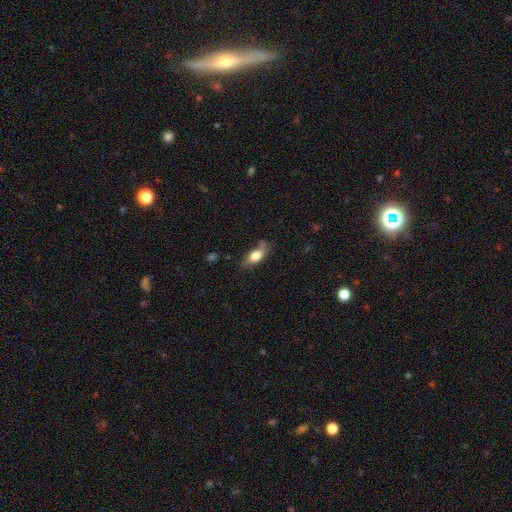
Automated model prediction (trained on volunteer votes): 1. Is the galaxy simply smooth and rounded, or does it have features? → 68% smooth, 24% featured or disk, 8% star or artifact.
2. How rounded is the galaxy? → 77% in between, 16% cigar-shaped, 7% round.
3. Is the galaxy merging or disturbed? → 52% none, 30% minor disturbance, 12% major disturbance, 6% merger.